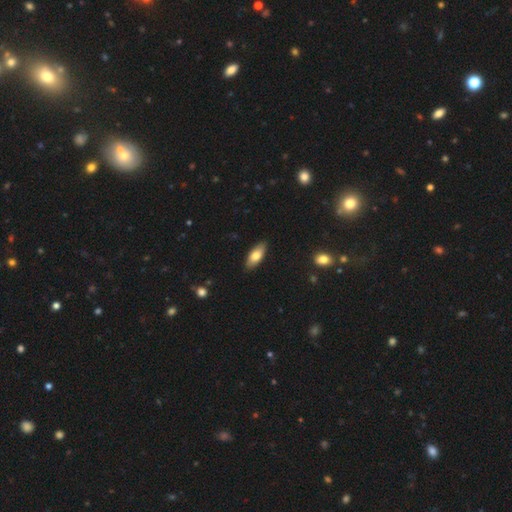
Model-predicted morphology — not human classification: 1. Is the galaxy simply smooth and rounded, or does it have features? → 76% smooth, 18% featured or disk, 6% star or artifact.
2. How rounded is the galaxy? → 81% in between, 17% cigar-shaped, 2% round.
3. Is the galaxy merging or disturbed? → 87% none, 10% minor disturbance, 2% major disturbance, 1% merger.